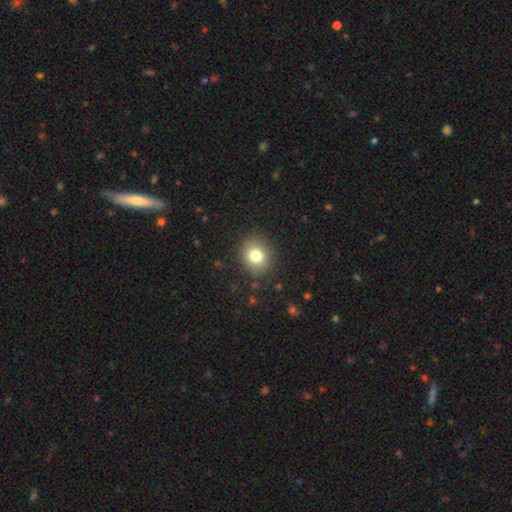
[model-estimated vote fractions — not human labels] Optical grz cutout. It shows a smooth galaxy with no disk features (78%) that is round (74%). Merging: none (87%).